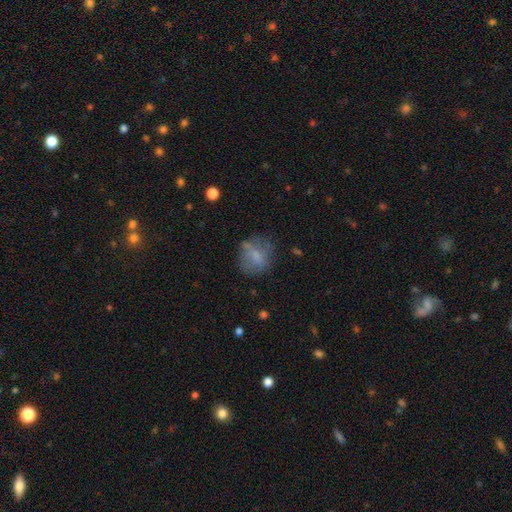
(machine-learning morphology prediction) This appears to be a smooth galaxy with no disk features (63%) that is round (69%). Merging: none (57%).